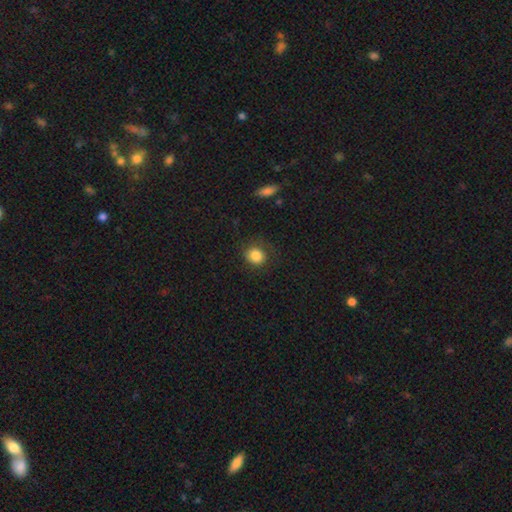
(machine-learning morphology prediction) The model was most divided on "merging": none: 73%, minor disturbance: 17%, major disturbance: 9%, merger: 1%. More confident: smooth or featured — smooth (84%); how rounded — round (79%).